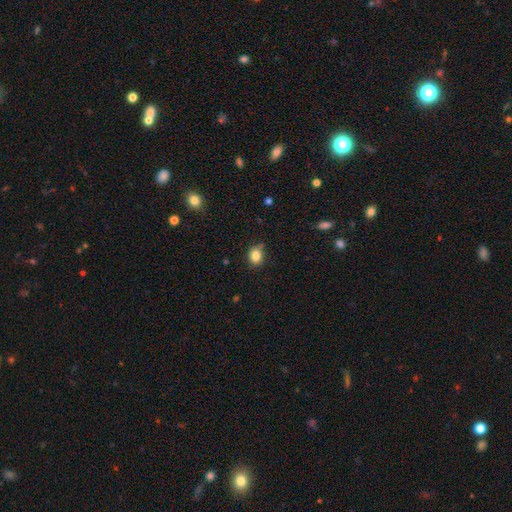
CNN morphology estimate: Smooth or featured? Predicted: smooth (p=0.84). How rounded? Predicted: round (p=0.57). Merging? Predicted: none (p=0.76).